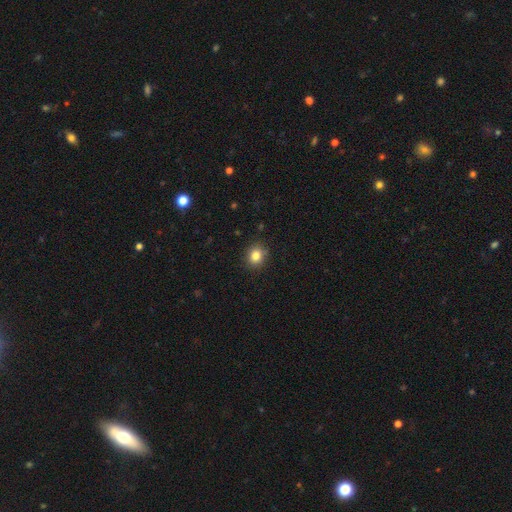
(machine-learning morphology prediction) The model was most divided on "how rounded": round: 73%, in between: 26%, cigar-shaped: 1%. More confident: merging — none (89%); smooth or featured — smooth (83%).